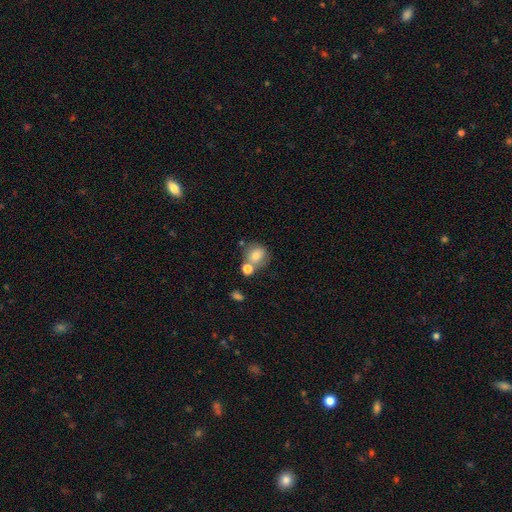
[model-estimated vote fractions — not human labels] Smooth or featured? smooth (76%)
How rounded? round (81%)
Merging? none (53%)